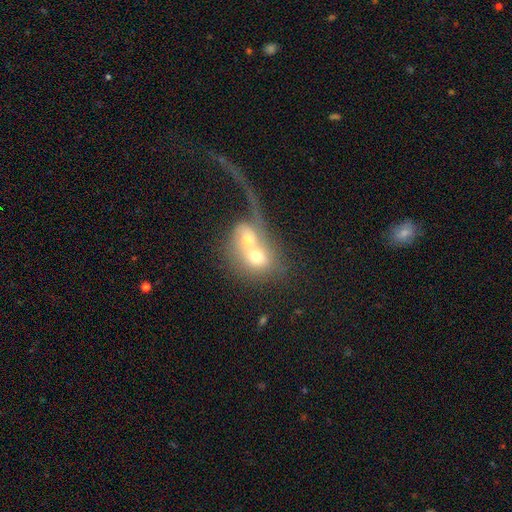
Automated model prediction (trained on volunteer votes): smooth 51%, featured or disk 39%, star or artifact 10%. Down the decision tree: how rounded — round (56%); merging — merger (77%).